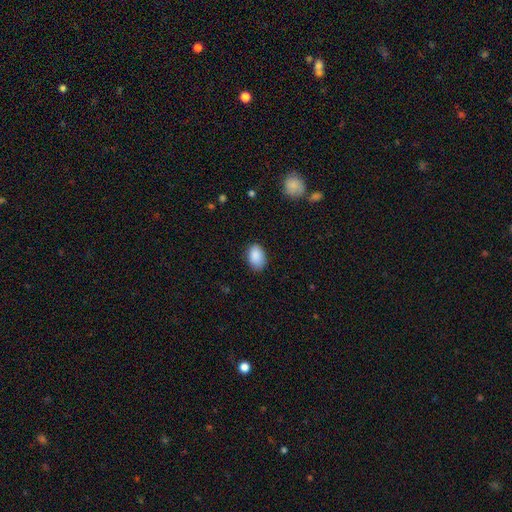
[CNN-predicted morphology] A smooth galaxy with no disk features (89%) that is in between round and cigar-shaped (87%). Merging: none (81%).